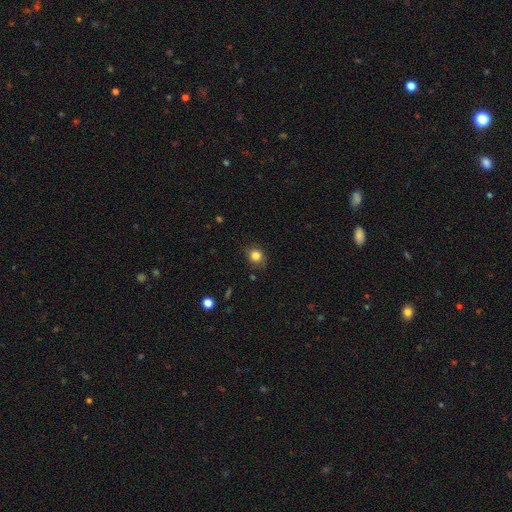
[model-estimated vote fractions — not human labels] Smooth or featured: smooth — 83% (star or artifact — 11%)
How rounded: round — 72% (in between — 27%)
Merging: none — 80% (minor disturbance — 15%)